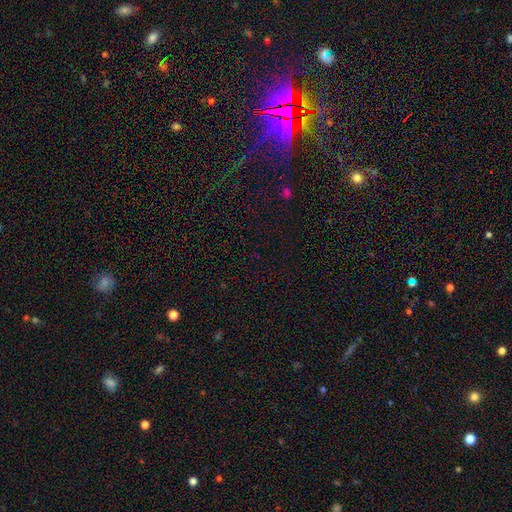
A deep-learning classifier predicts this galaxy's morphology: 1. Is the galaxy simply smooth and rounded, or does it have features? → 67% star or artifact, 26% smooth, 7% featured or disk.